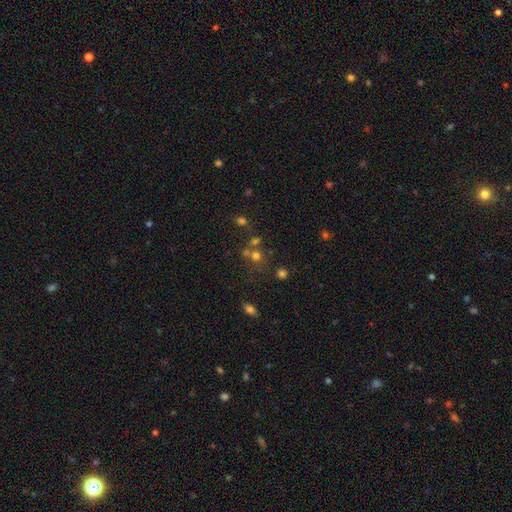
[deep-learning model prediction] Smooth or featured? Predicted: smooth (p=0.64). How rounded? Predicted: round (p=0.81). Merging? Predicted: none (p=0.50).